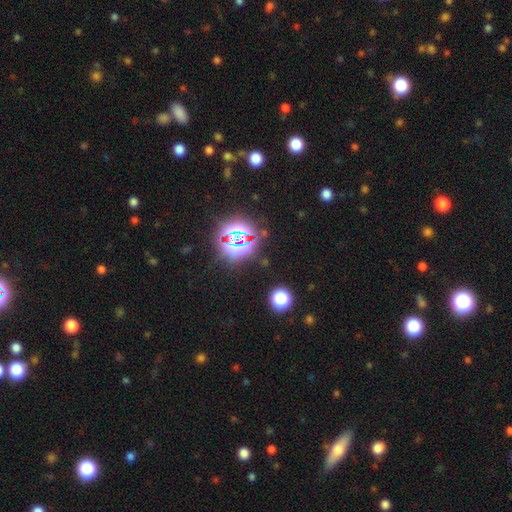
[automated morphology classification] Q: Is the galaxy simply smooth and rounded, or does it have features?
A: star or artifact — 81%.